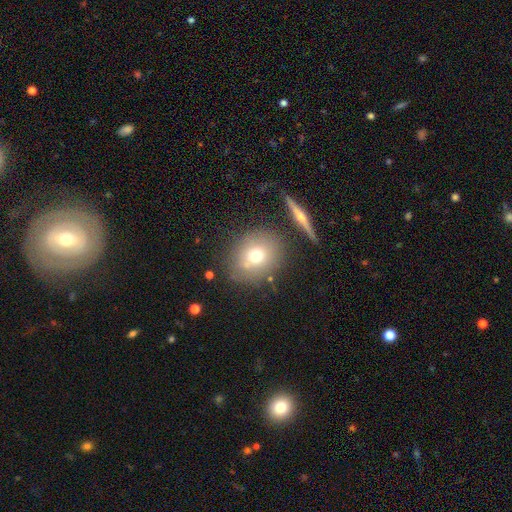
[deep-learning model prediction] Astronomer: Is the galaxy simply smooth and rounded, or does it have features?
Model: smooth — 69%.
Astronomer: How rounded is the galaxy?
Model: round — 69%.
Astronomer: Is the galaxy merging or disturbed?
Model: none — 74%.